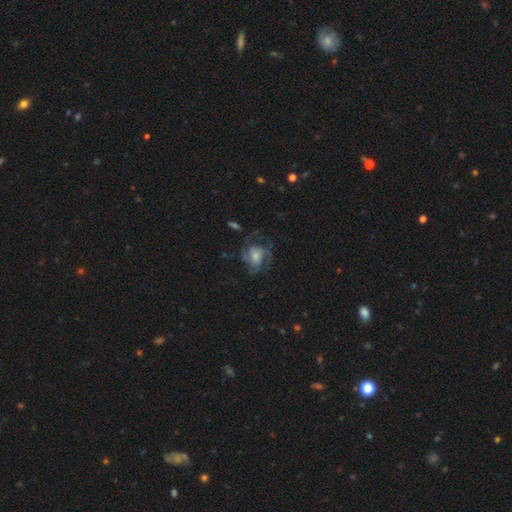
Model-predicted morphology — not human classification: A featured or disk galaxy (69%) with no bar (72%), 3 (31%) medium (47%) spiral arms (85%) and a moderate central bulge (44%). Merging: none (53%).